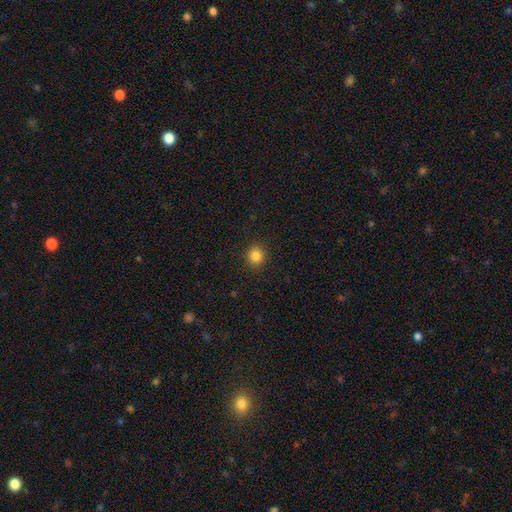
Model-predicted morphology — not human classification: Smooth or featured? smooth (84%)
How rounded? round (90%)
Merging? none (91%)